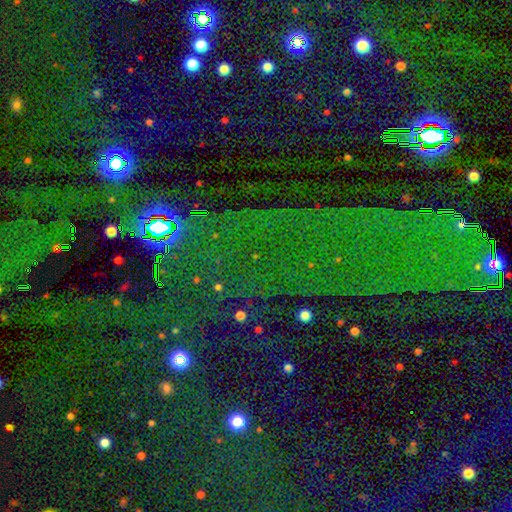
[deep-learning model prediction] Smooth or featured: star or artifact — 81% (smooth — 11%)